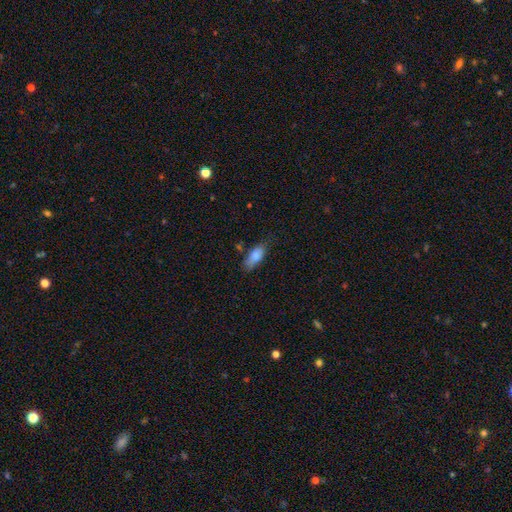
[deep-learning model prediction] The model was most divided on "merging": none: 64%, minor disturbance: 26%, major disturbance: 6%, merger: 4%. More confident: smooth or featured — smooth (82%); how rounded — in between (77%).